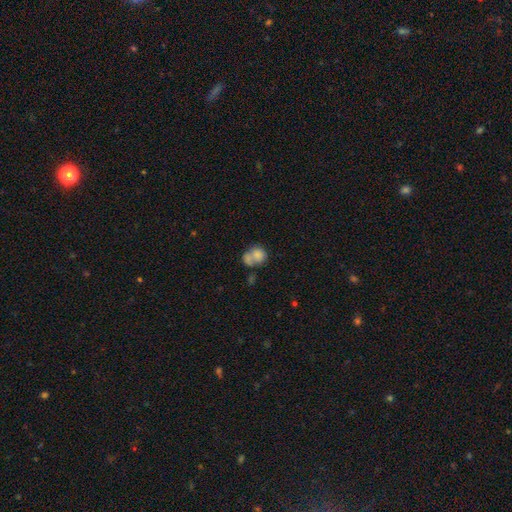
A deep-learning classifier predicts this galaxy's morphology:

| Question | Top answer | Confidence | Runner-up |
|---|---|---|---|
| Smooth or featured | smooth | 74% | featured or disk (17%) |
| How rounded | round | 62% | in between (37%) |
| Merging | merger | 53% | none (26%) |